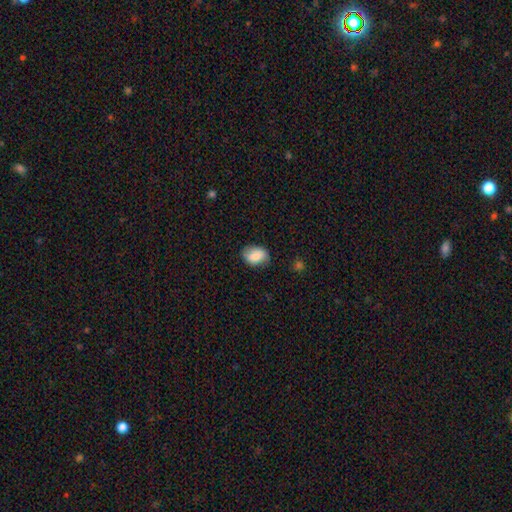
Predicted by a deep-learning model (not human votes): Smooth or featured? smooth (82%)
How rounded? in between (79%)
Merging? none (74%)